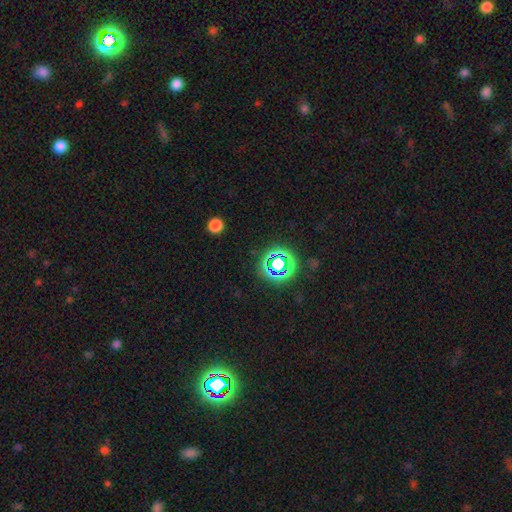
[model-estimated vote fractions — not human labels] Smooth or featured? Predicted: star or artifact (p=0.69).